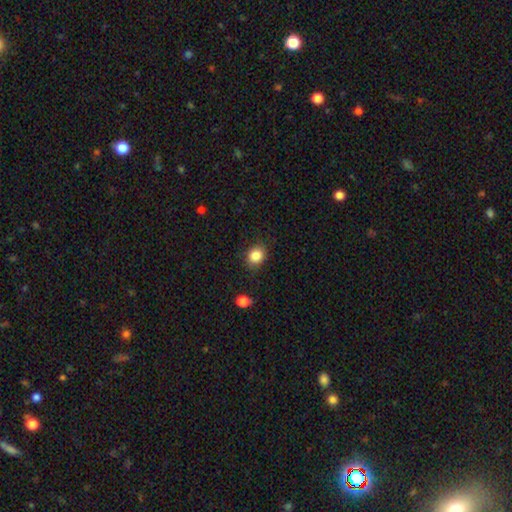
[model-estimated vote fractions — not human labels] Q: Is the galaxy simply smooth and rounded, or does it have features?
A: smooth — 84%.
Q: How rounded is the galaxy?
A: round — 67%.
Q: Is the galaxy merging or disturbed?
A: none — 85%.